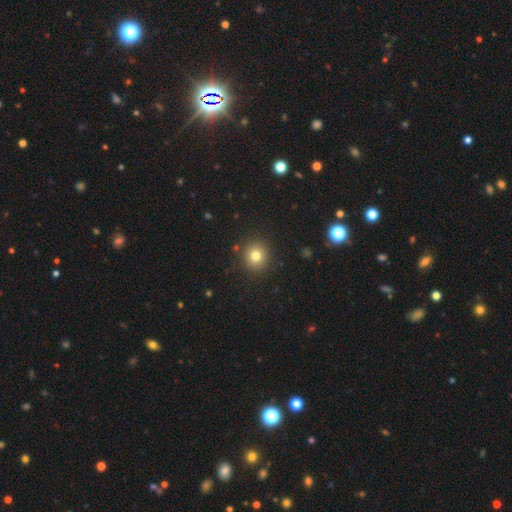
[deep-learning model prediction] The model was most divided on "smooth or featured": smooth: 78%, star or artifact: 13%, featured or disk: 9%. More confident: how rounded — round (91%); merging — none (89%).